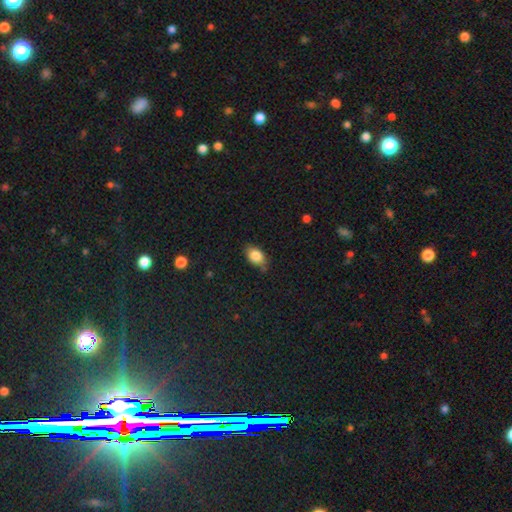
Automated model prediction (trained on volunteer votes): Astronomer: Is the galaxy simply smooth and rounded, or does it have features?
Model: smooth — 83%.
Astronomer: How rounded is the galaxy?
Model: in between — 85%.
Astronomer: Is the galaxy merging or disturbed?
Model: none — 77%.